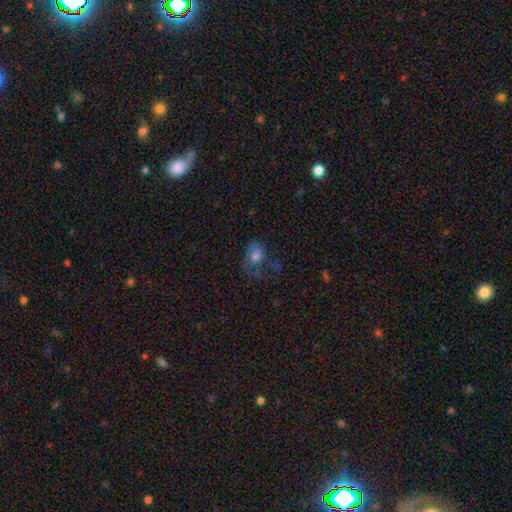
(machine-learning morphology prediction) Smooth or featured?
  - smooth: 61% *
  - featured or disk: 25%
  - star or artifact: 14%
How rounded?
  - in between: 65% *
  - round: 33%
  - cigar-shaped: 2%
Merging?
  - major disturbance: 36% *
  - none: 33%
  - minor disturbance: 25%
  - merger: 6%